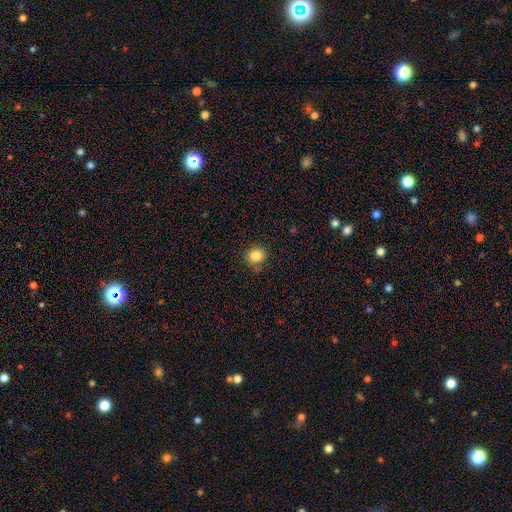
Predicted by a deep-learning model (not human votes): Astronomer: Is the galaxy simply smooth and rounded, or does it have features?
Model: smooth — 85%.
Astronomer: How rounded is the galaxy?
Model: round — 82%.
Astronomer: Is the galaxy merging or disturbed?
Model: none — 80%.